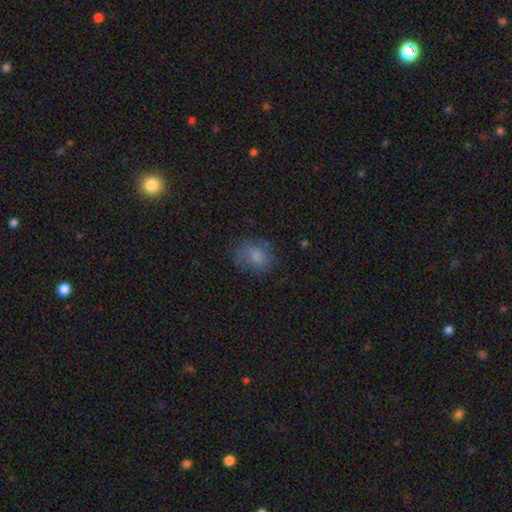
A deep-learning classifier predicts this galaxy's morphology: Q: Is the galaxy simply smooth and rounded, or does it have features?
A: smooth — 70%.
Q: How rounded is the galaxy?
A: in between — 55%.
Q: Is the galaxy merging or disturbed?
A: none — 59%.